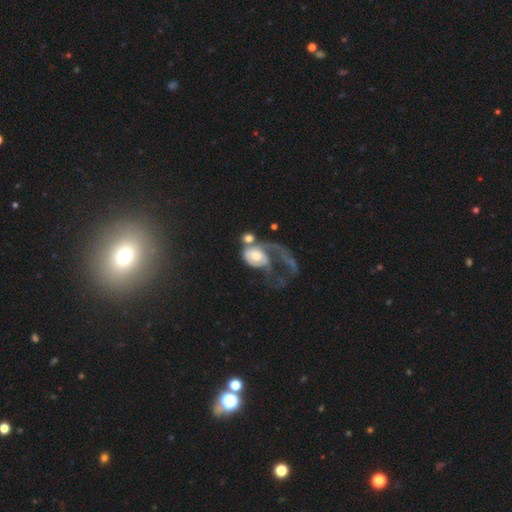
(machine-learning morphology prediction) featured or disk 64%, smooth 29%, star or artifact 7%. Down the decision tree: edge-on disk — no (96%); bar — no (71%); spiral arms — yes (70%); bulge size — moderate (46%); merging — major disturbance (49%).